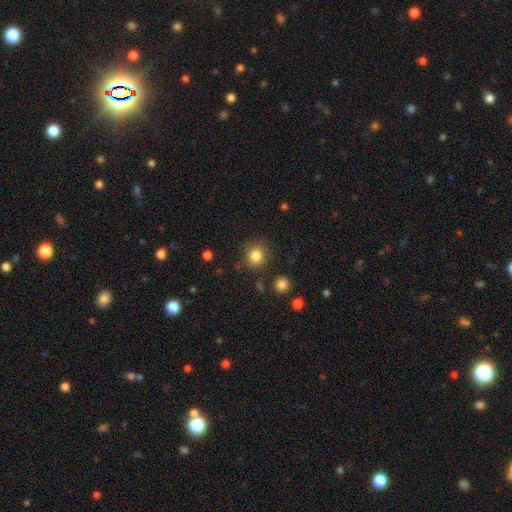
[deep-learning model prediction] Overall: smooth (84%). How rounded: round (85%). Merging: none (84%).